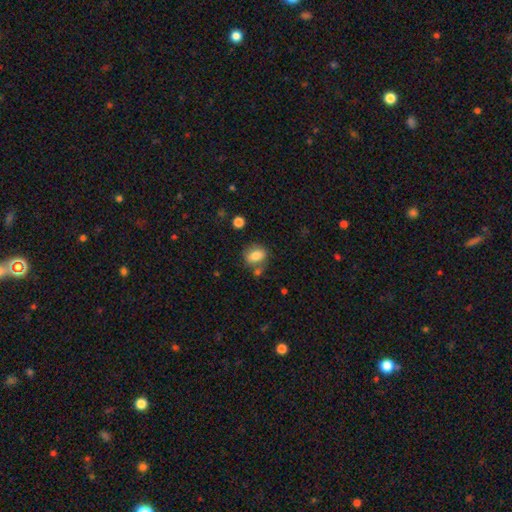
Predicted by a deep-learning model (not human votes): smooth 79%, featured or disk 12%, star or artifact 9%. Down the decision tree: how rounded — in between (61%); merging — none (66%).